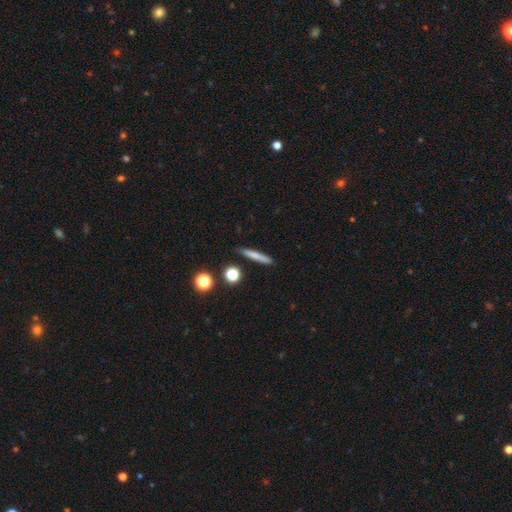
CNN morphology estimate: Smooth or featured: smooth — 71% (featured or disk — 20%)
How rounded: cigar-shaped — 89% (in between — 6%)
Merging: none — 86% (minor disturbance — 9%)